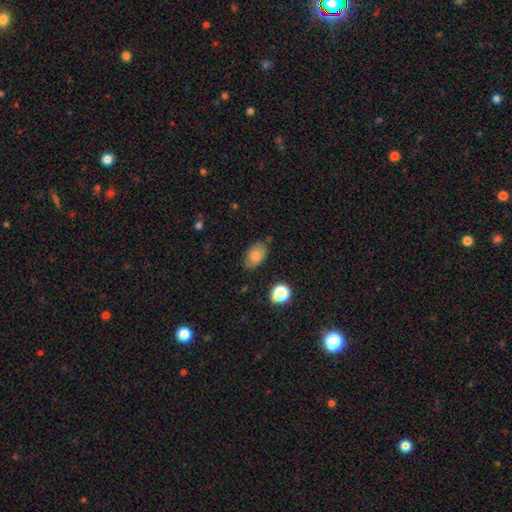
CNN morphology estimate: smooth_or_featured: smooth (p=0.80) [alt: star or artifact p=0.10]
how_rounded: in between (p=0.86) [alt: round p=0.12]
merging: none (p=0.74) [alt: minor disturbance p=0.19]